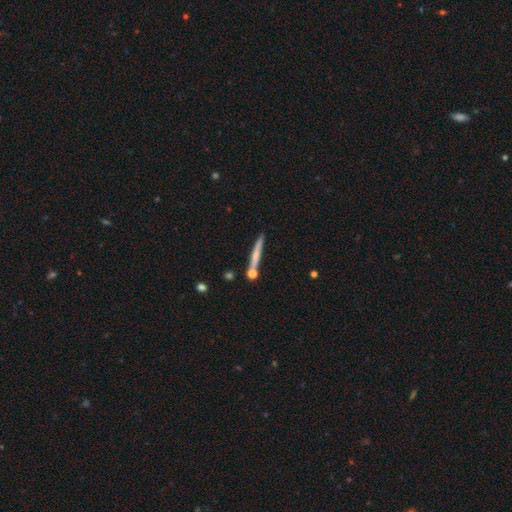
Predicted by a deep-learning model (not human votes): Smooth or featured? Predicted: smooth (p=0.53). How rounded? Predicted: cigar-shaped (p=0.94). Merging? Predicted: none (p=0.76).